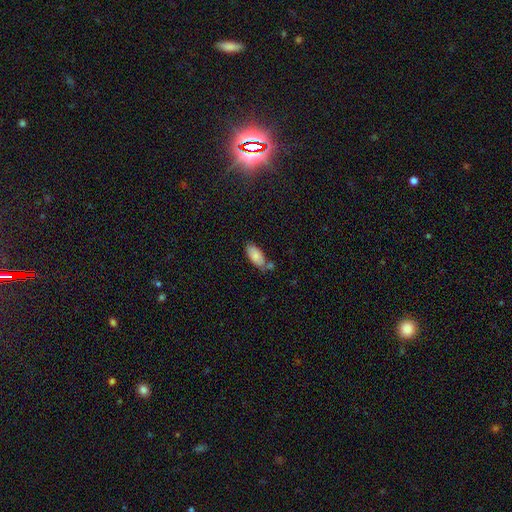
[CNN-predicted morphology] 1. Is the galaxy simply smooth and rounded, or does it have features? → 79% smooth, 14% featured or disk, 7% star or artifact.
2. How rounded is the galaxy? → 91% in between, 7% cigar-shaped, 2% round.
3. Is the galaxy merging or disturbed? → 56% none, 21% minor disturbance, 17% merger, 5% major disturbance.